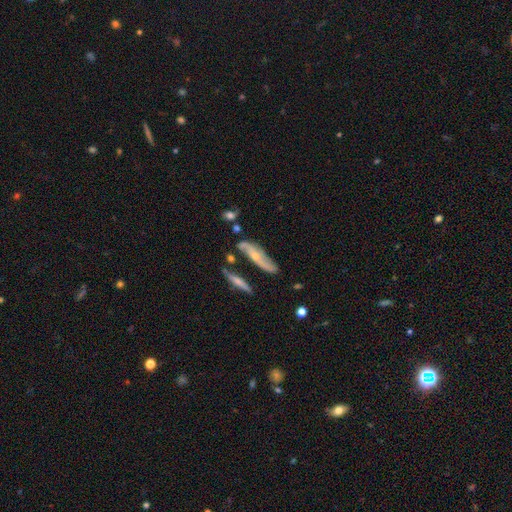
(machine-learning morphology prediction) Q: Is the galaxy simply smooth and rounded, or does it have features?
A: featured or disk — 69%.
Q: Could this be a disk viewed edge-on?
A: no — 61%.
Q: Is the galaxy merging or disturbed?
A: none — 62%.